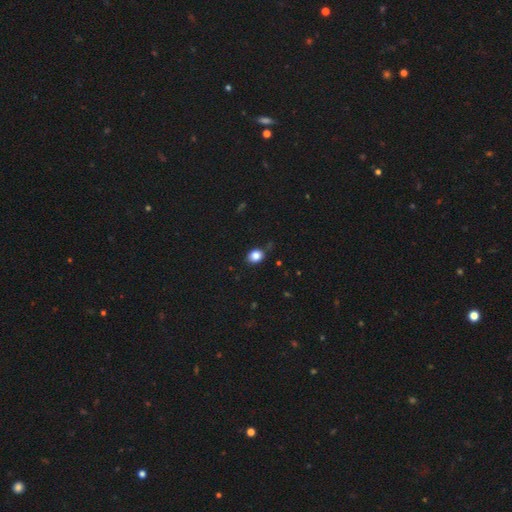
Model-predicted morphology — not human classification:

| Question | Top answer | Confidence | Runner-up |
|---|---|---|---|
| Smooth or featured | smooth | 85% | star or artifact (10%) |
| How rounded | round | 50% | in between (49%) |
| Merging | none | 82% | minor disturbance (13%) |